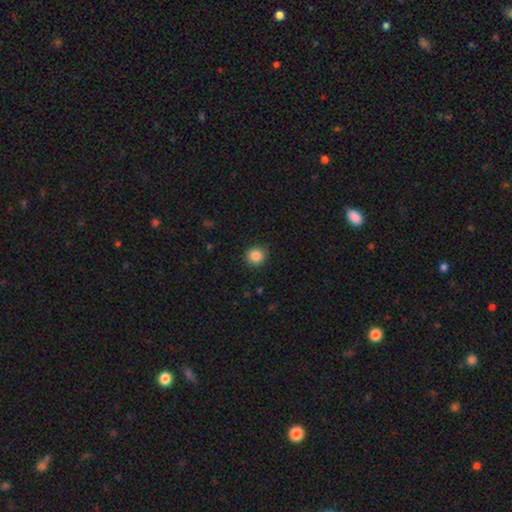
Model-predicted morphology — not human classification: smooth-or-featured: smooth: 86% | star or artifact: 10% | featured or disk: 4%
  how-rounded: round: 91% | in between: 8% | cigar-shaped: 1%
  merging: none: 91% | minor disturbance: 6% | major disturbance: 2% | merger: 1%